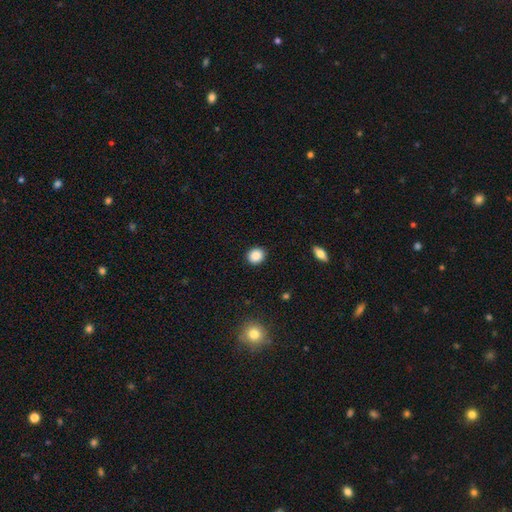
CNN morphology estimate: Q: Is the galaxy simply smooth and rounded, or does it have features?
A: smooth — 88%.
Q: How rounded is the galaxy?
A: round — 82%.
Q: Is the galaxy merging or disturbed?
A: none — 92%.